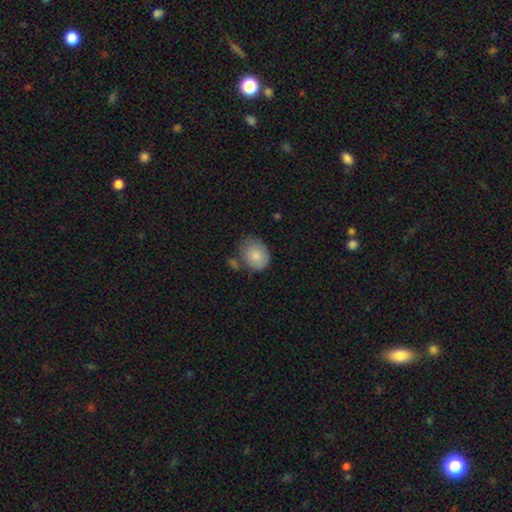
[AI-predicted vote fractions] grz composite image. It shows a smooth galaxy with no disk features (84%) that is in between round and cigar-shaped (57%). Merging: none (54%).